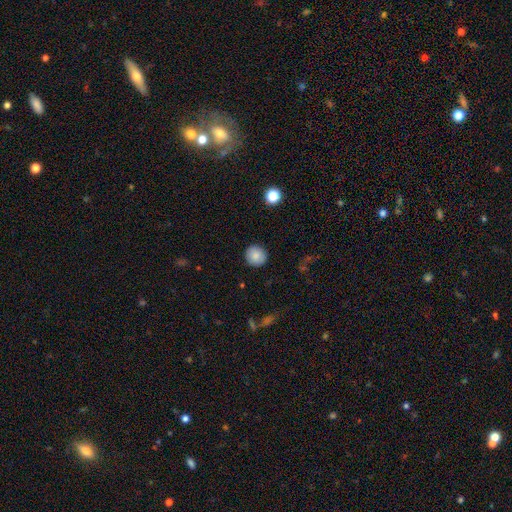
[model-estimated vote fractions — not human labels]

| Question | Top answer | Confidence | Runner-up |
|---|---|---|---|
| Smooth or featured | smooth | 85% | star or artifact (8%) |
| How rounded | round | 91% | in between (8%) |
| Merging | none | 90% | minor disturbance (7%) |